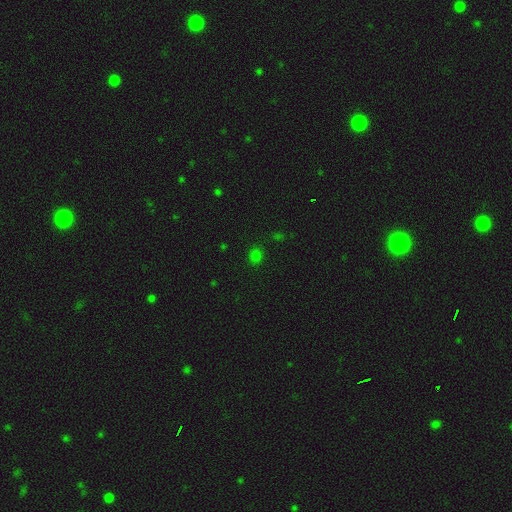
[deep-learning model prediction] Smooth or featured?
  - smooth: 74% *
  - star or artifact: 22%
  - featured or disk: 4%
How rounded?
  - round: 73% *
  - in between: 26%
  - cigar-shaped: 1%
Merging?
  - none: 86% *
  - minor disturbance: 9%
  - major disturbance: 3%
  - merger: 2%